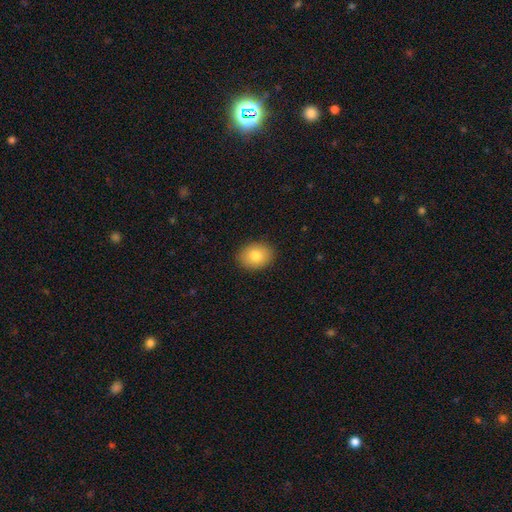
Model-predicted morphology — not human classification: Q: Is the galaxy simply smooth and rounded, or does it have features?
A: smooth — 80%.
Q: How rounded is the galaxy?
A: in between — 61%.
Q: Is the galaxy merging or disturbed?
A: none — 89%.